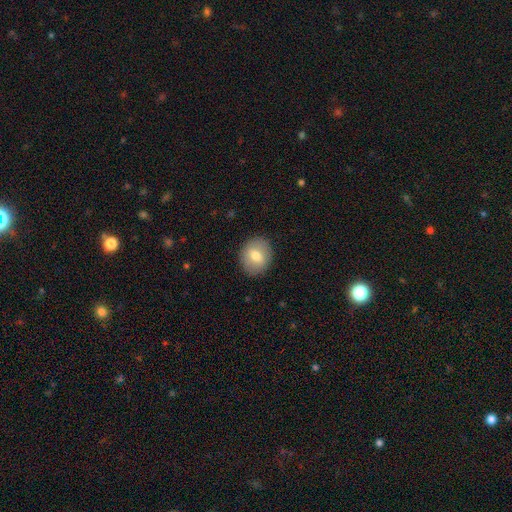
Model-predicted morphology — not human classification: The model was most divided on "how rounded": round: 61%, in between: 38%, cigar-shaped: 1%. More confident: merging — none (88%); smooth or featured — smooth (71%).